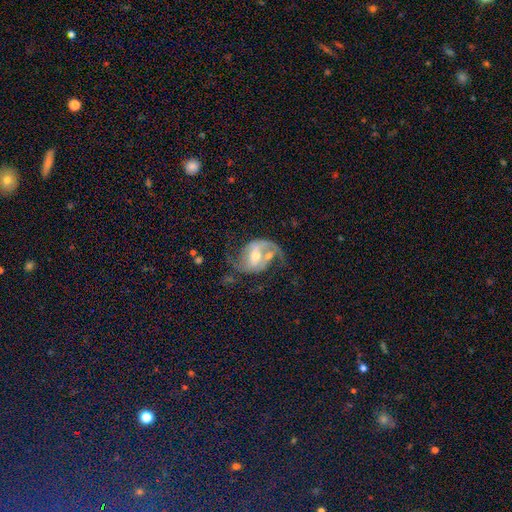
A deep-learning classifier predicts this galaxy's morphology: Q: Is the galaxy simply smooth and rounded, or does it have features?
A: featured or disk — 88%.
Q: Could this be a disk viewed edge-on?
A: no — 98%.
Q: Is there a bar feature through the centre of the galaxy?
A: weak — 43%.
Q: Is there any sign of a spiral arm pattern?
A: yes — 96%.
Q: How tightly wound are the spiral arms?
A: medium — 48%.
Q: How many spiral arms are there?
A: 2 — 89%.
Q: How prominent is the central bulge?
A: moderate — 57%.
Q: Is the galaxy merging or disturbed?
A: none — 54%.